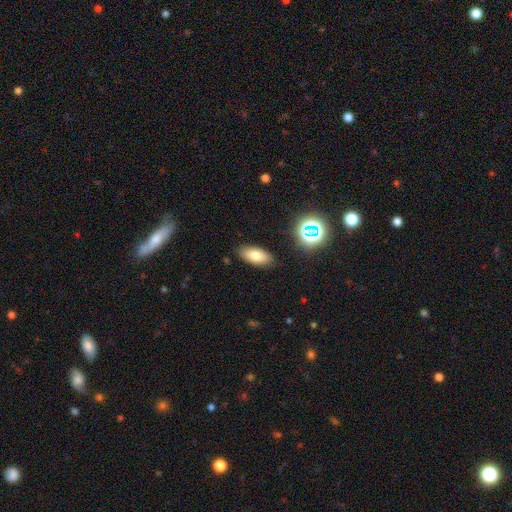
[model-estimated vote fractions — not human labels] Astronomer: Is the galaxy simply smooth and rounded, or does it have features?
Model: smooth — 75%.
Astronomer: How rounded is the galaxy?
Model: in between — 86%.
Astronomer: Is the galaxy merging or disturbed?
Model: none — 86%.